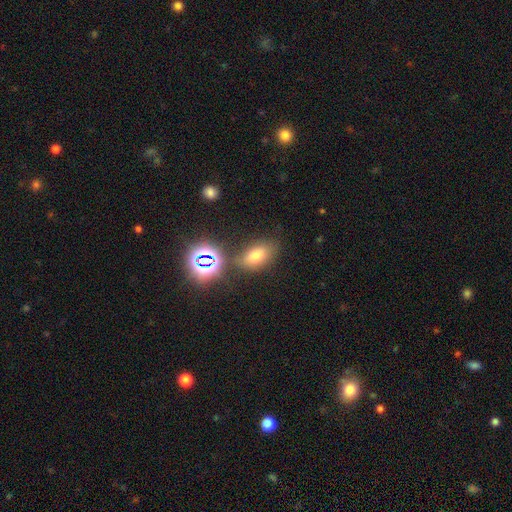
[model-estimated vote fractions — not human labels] This appears to be a smooth galaxy with no disk features (63%) that is in between round and cigar-shaped (80%). Merging: none (74%).